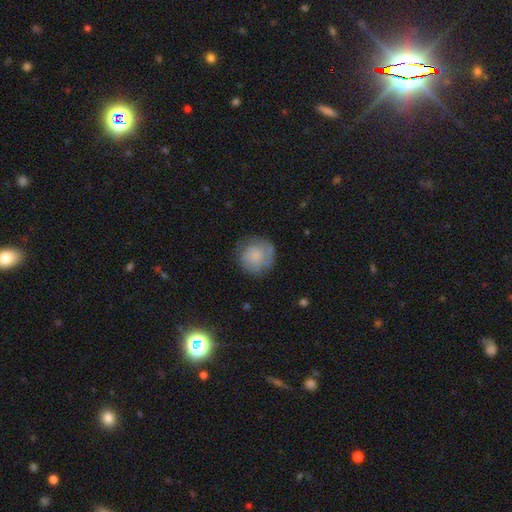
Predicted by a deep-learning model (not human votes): This is likely a smooth galaxy (63%). How rounded: clearly round (91%). Merging: likely none (71%).